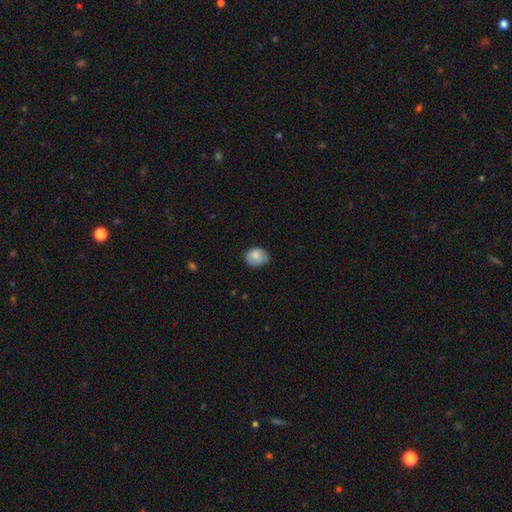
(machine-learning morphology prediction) Smooth or featured: smooth — 77% (featured or disk — 16%)
How rounded: round — 52% (in between — 47%)
Merging: none — 63% (minor disturbance — 29%)